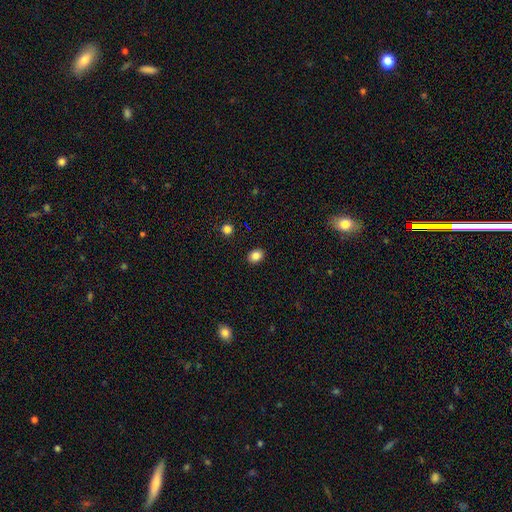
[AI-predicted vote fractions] smooth 86%, star or artifact 10%, featured or disk 5%. Down the decision tree: how rounded — in between (58%); merging — none (90%).